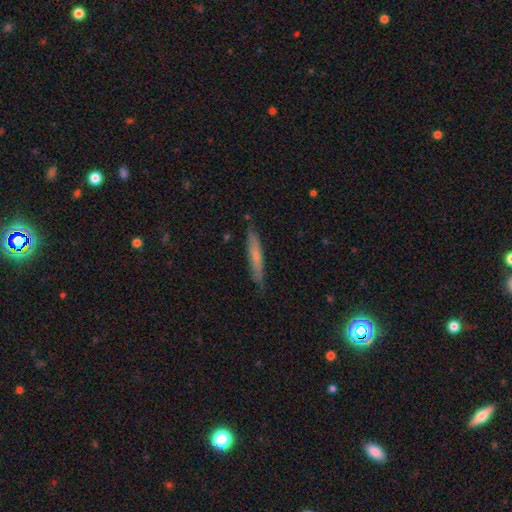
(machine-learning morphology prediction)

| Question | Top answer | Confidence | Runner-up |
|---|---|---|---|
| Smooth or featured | smooth | 56% | featured or disk (38%) |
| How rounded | cigar-shaped | 93% | in between (5%) |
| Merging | none | 84% | minor disturbance (12%) |